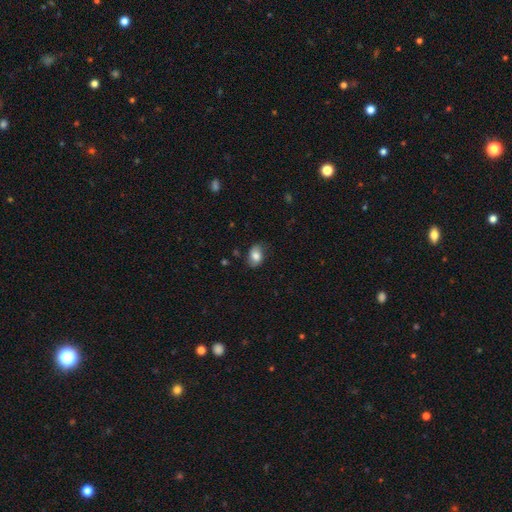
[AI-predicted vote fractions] Overall: smooth (76%). How rounded: in between (81%). Merging: none (71%).